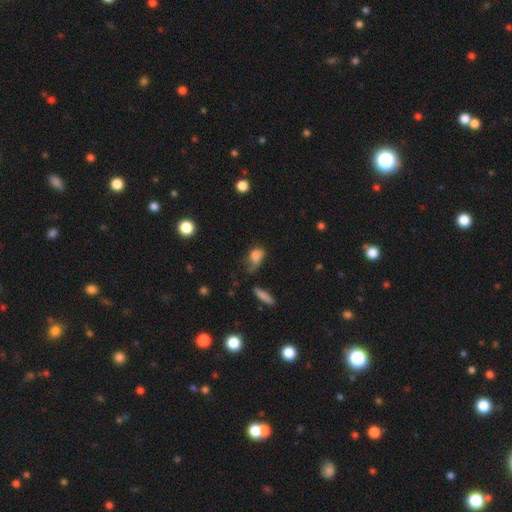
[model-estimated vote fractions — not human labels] A smooth galaxy with no disk features (74%) that is in between round and cigar-shaped (77%).

Vote fractions:
- Smooth or featured? smooth: 74% / featured or disk: 14% / star or artifact: 12%
- How rounded? in between: 77% / round: 17% / cigar-shaped: 5%
- Merging? minor disturbance: 32% / major disturbance: 30% / none: 29% / merger: 9%